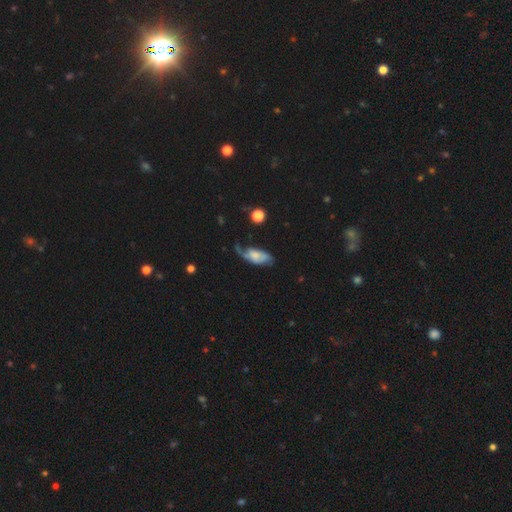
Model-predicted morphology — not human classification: Smooth or featured? featured or disk (53%)
Edge-on disk? no (88%)
Merging? none (35%)